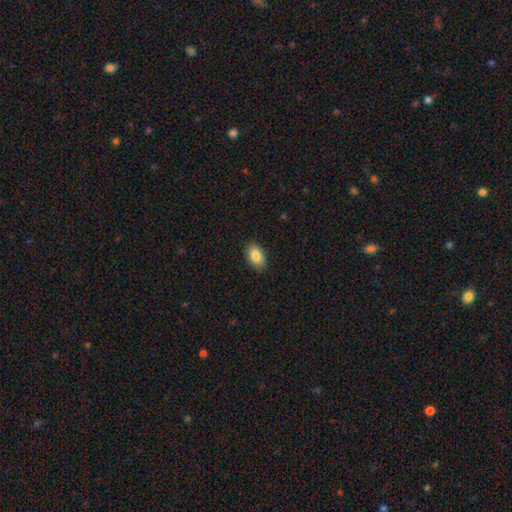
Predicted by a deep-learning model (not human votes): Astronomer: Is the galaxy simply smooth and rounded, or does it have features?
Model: smooth — 86%.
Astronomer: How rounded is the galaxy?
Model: in between — 92%.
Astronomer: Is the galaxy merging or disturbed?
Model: none — 88%.